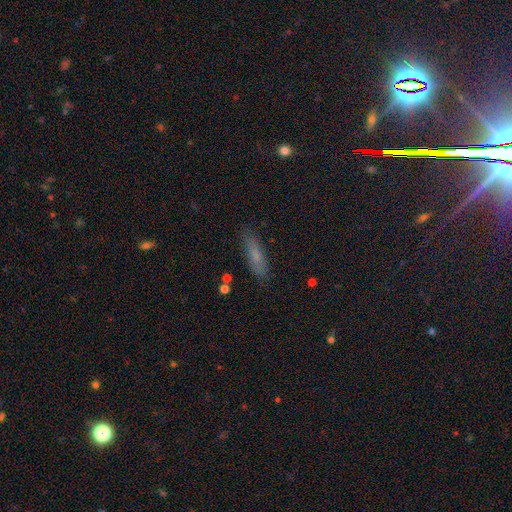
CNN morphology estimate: smooth_or_featured: smooth (p=0.69) [alt: featured or disk p=0.21]
how_rounded: cigar-shaped (p=0.68) [alt: in between p=0.30]
merging: none (p=0.84) [alt: minor disturbance p=0.12]